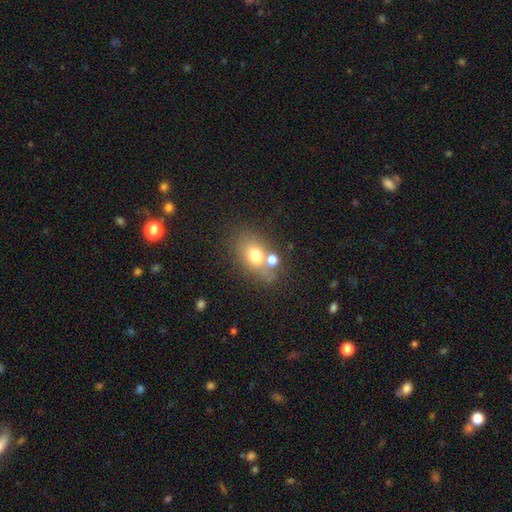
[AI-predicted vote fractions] smooth 68%, featured or disk 18%, star or artifact 14%. Down the decision tree: how rounded — in between (59%); merging — none (54%).